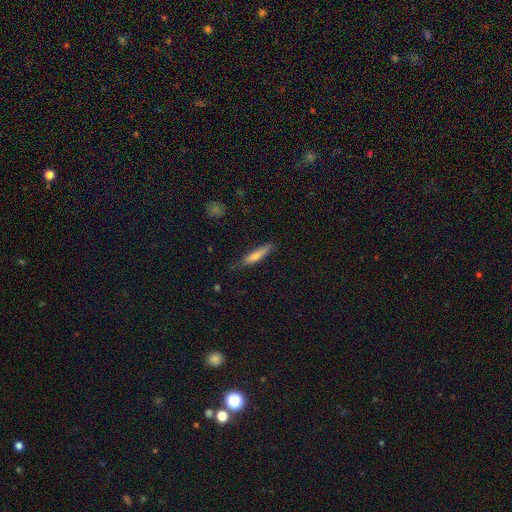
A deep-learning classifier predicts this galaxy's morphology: Overall: smooth (74%). How rounded: cigar-shaped (85%). Merging: none (74%).